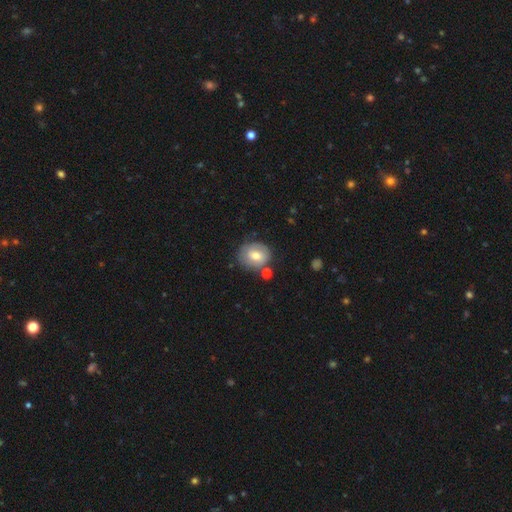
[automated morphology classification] Smooth or featured? smooth (67%)
How rounded? round (69%)
Merging? none (68%)